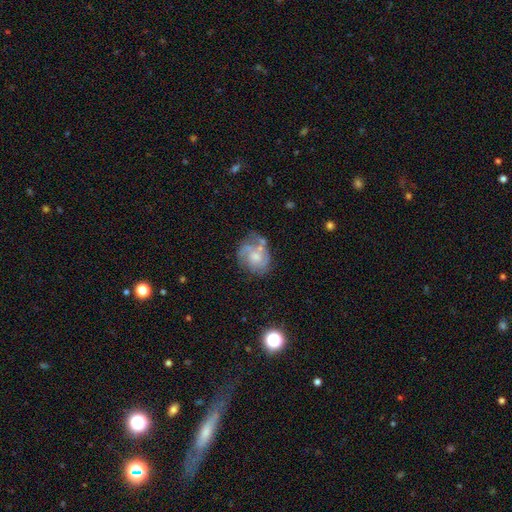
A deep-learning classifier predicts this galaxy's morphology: featured or disk 66%, smooth 27%, star or artifact 7%. Down the decision tree: edge-on disk — no (98%); bar — no (74%); spiral arms — yes (78%); spiral arm count — 2 (40%); spiral winding — tight (46%); bulge size — moderate (47%); merging — none (51%).